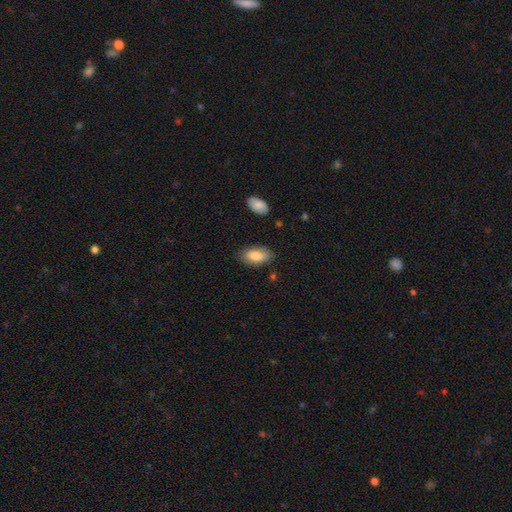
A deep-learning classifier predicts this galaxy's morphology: type=smooth (83%); roundness=in between (93%); merging=none (81%).